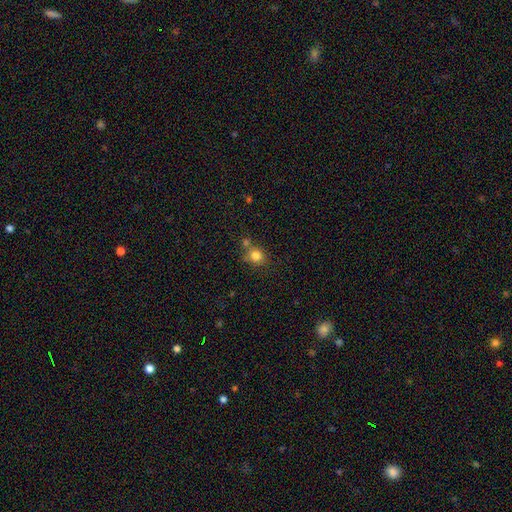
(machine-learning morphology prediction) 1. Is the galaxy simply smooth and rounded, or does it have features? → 82% smooth, 12% star or artifact, 7% featured or disk.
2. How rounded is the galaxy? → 80% round, 19% in between, 1% cigar-shaped.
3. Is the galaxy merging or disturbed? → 64% none, 19% merger, 12% minor disturbance, 4% major disturbance.